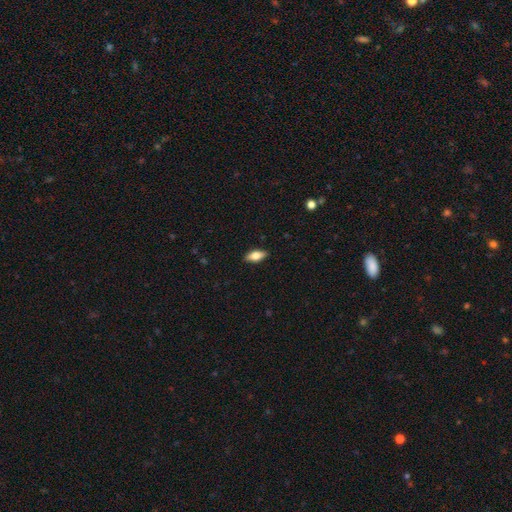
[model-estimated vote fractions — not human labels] This appears to be a smooth galaxy with no disk features (73%) that is in between round and cigar-shaped (83%). Merging: none (89%).